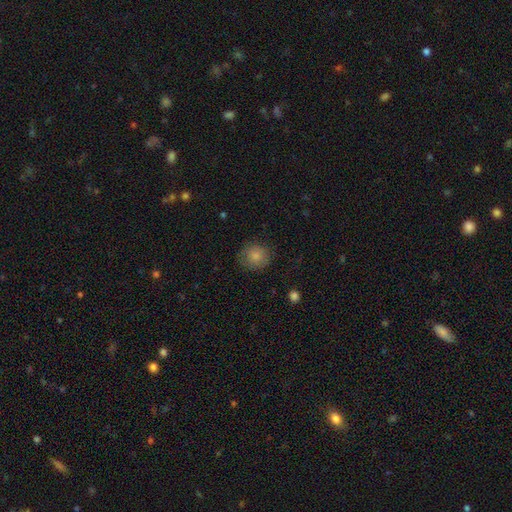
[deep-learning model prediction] A smooth galaxy with no disk features (82%) that is round (87%). Merging: none (78%).